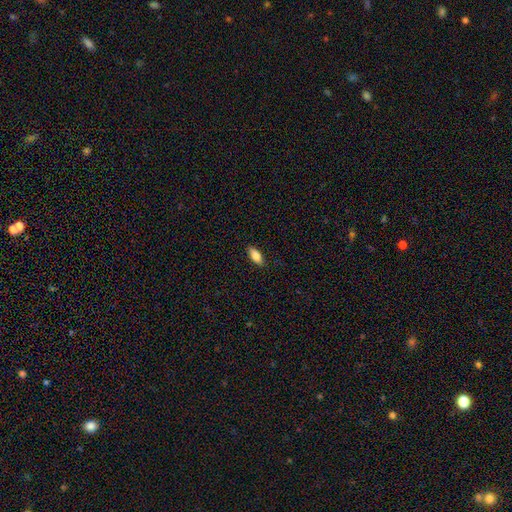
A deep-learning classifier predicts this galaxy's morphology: smooth_or_featured: smooth (p=0.80) [alt: featured or disk p=0.13]
how_rounded: in between (p=0.81) [alt: cigar-shaped p=0.17]
merging: none (p=0.88) [alt: minor disturbance p=0.09]